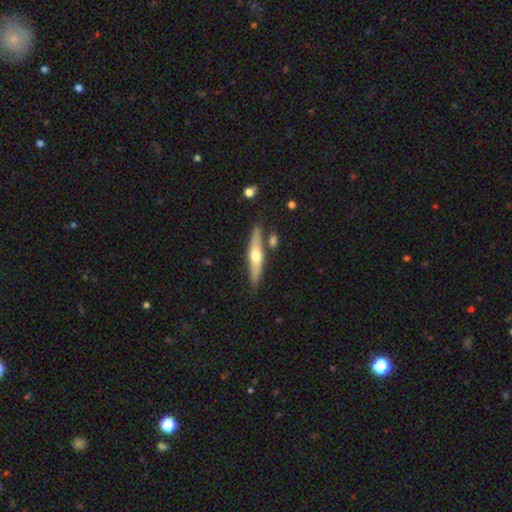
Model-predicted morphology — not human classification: A featured or disk galaxy (55%) viewed edge-on (90%). Merging: none (80%).